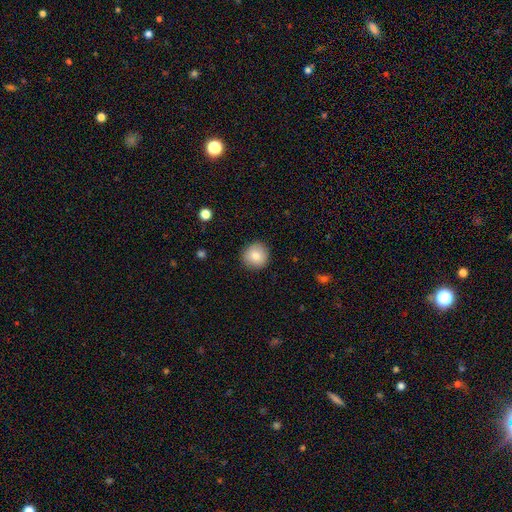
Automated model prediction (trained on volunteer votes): smooth_or_featured: smooth (p=0.82) [alt: featured or disk p=0.10]
how_rounded: round (p=0.93) [alt: in between p=0.06]
merging: none (p=0.90) [alt: minor disturbance p=0.07]